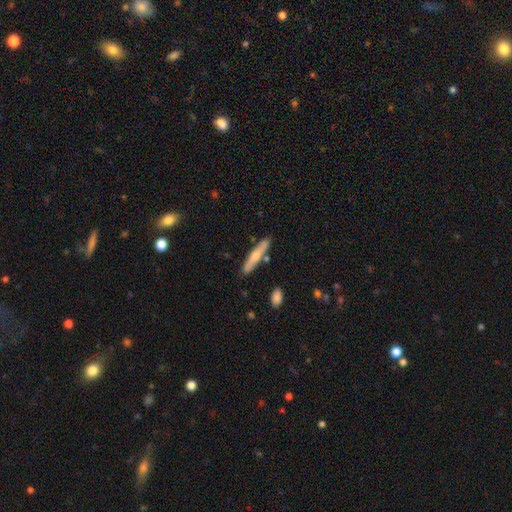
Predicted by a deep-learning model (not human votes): This appears to be a smooth galaxy with no disk features (57%) that is cigar-shaped (89%). Merging: none (82%).